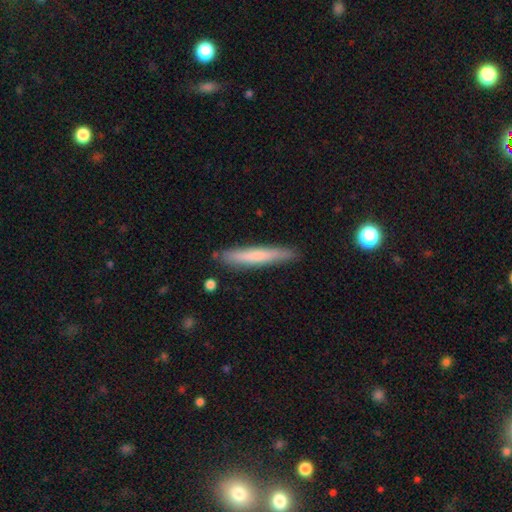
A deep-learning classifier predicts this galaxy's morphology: Smooth or featured? Predicted: smooth (p=0.66). How rounded? Predicted: cigar-shaped (p=0.94). Merging? Predicted: none (p=0.86).